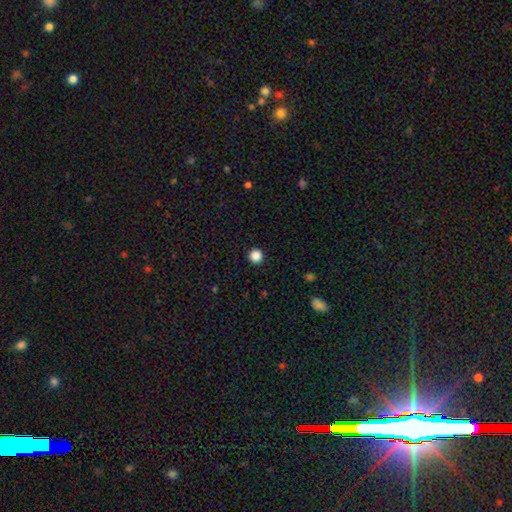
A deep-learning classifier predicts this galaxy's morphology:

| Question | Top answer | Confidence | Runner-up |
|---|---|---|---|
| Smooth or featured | smooth | 87% | star or artifact (11%) |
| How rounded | round | 95% | in between (4%) |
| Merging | none | 94% | minor disturbance (4%) |